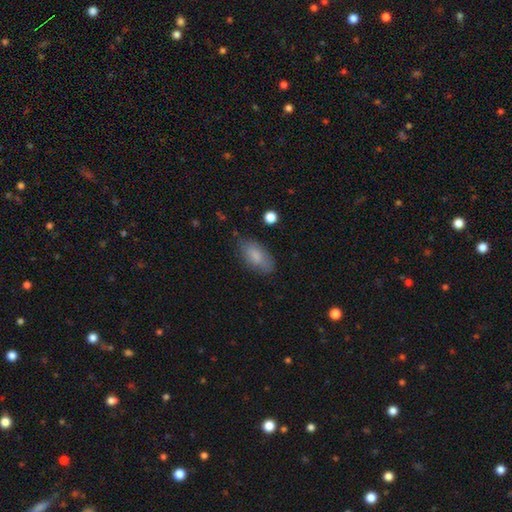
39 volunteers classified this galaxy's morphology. Smooth or featured? smooth (82%)
How rounded? in between (91%)
Merging? none (84%)